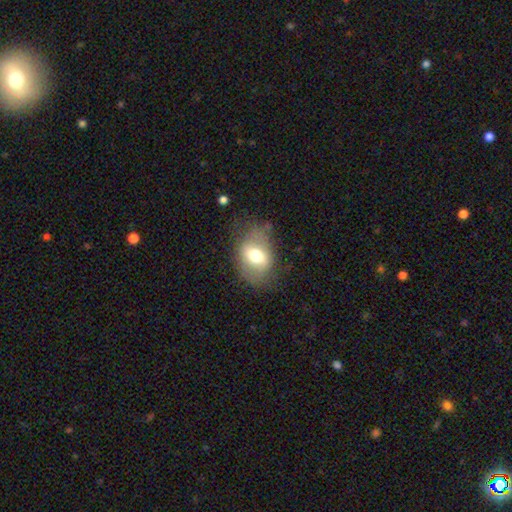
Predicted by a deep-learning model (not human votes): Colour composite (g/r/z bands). It shows a smooth galaxy with no disk features (58%) that is in between round and cigar-shaped (71%). Merging: none (65%).